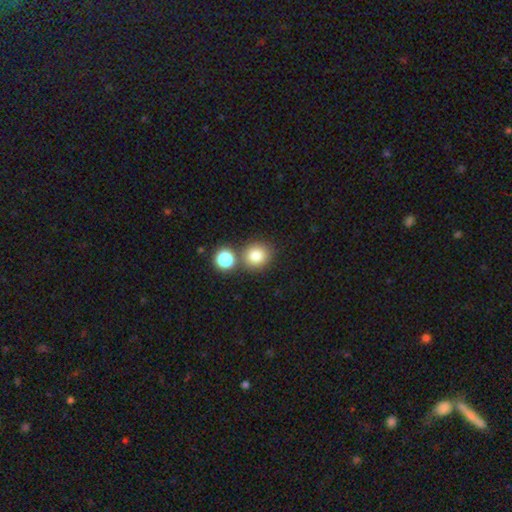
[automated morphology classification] A smooth galaxy with no disk features (82%) that is round (85%).

Vote fractions:
- Smooth or featured? smooth: 82% / star or artifact: 11% / featured or disk: 7%
- How rounded? round: 85% / in between: 14% / cigar-shaped: 1%
- Merging? none: 66% / merger: 23% / minor disturbance: 8% / major disturbance: 3%